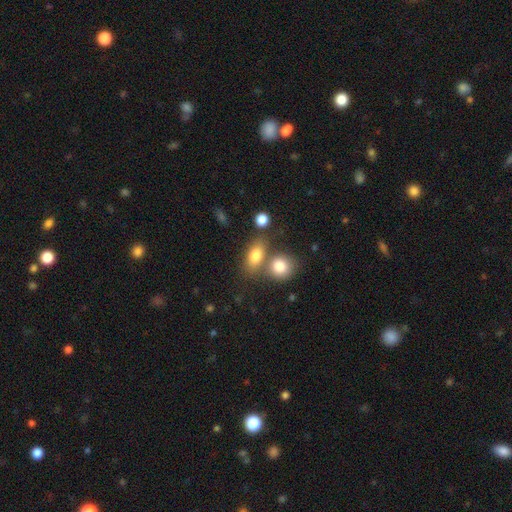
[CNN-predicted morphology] smooth-or-featured: smooth: 80% | featured or disk: 11% | star or artifact: 9%
  how-rounded: in between: 77% | round: 18% | cigar-shaped: 5%
  merging: none: 50% | merger: 35% | minor disturbance: 11% | major disturbance: 5%